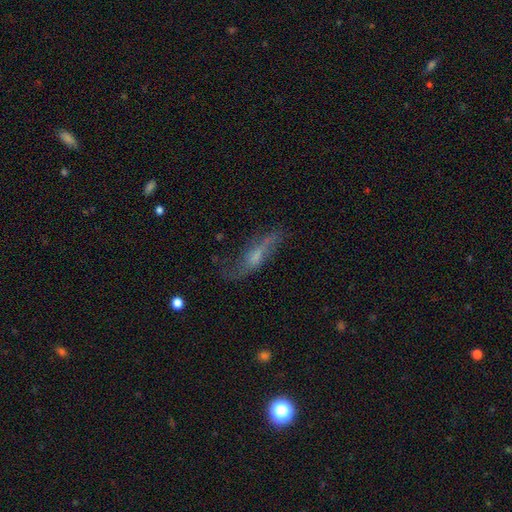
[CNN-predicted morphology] type=featured or disk (57%); edge-on=no (67%); merging=none (53%).